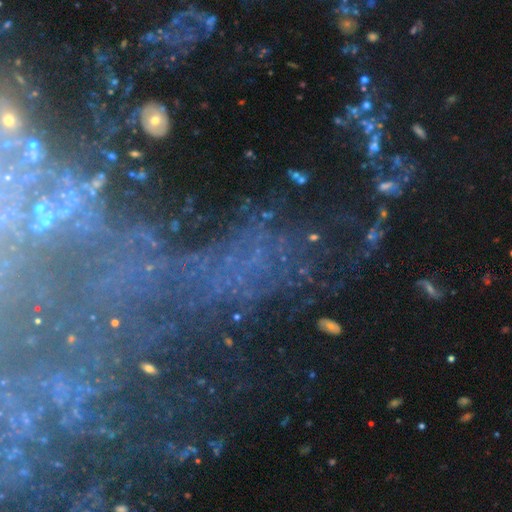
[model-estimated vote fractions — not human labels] Smooth or featured? star or artifact (48%)